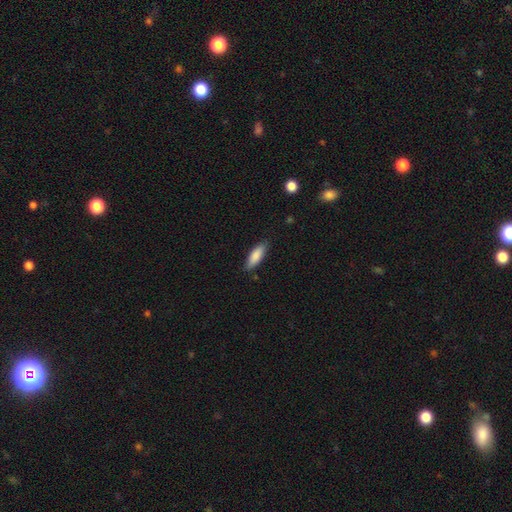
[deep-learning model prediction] A smooth galaxy with no disk features (85%) that is in between round and cigar-shaped (59%).

Vote fractions:
- Smooth or featured? smooth: 85% / featured or disk: 9% / star or artifact: 6%
- How rounded? in between: 59% / cigar-shaped: 39% / round: 2%
- Merging? none: 83% / minor disturbance: 13% / major disturbance: 2% / merger: 1%